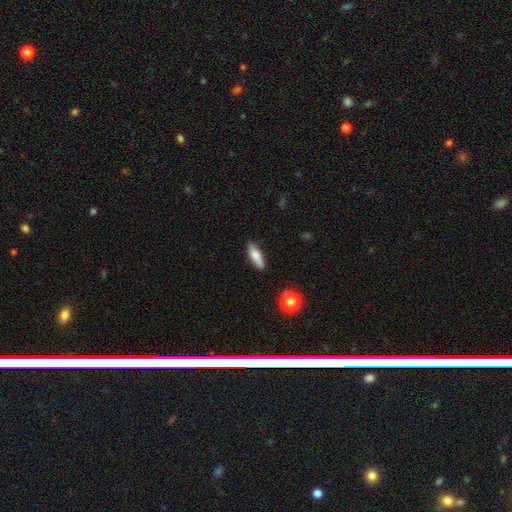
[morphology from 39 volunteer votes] Volunteers were most divided on "how rounded": cigar-shaped: 50%, in between: 47%, round: 3%. More confident: smooth or featured — smooth (87%); merging — none (78%).